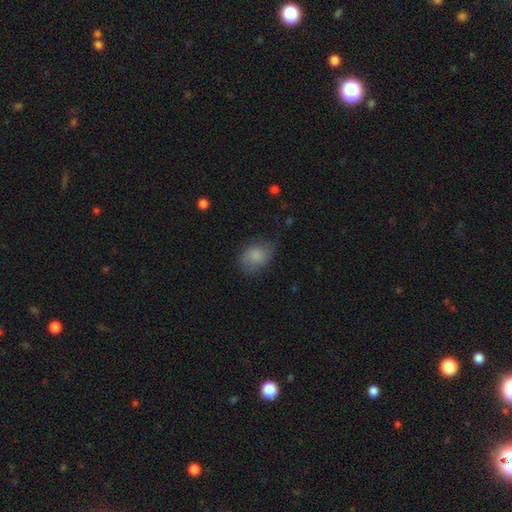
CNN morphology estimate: Smooth or featured? smooth (79%)
How rounded? in between (65%)
Merging? none (61%)